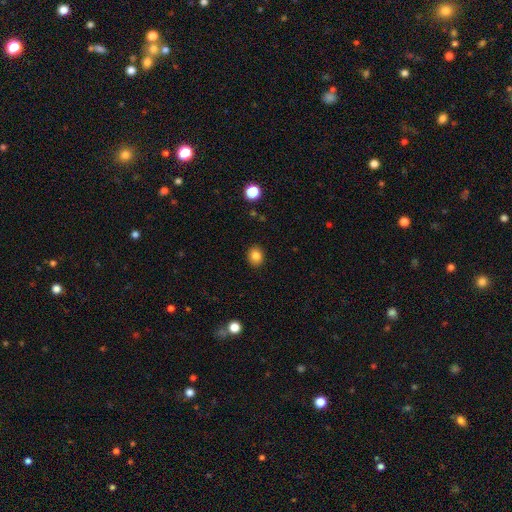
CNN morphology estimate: Smooth or featured? Predicted: smooth (p=0.83). How rounded? Predicted: round (p=0.60). Merging? Predicted: none (p=0.90).